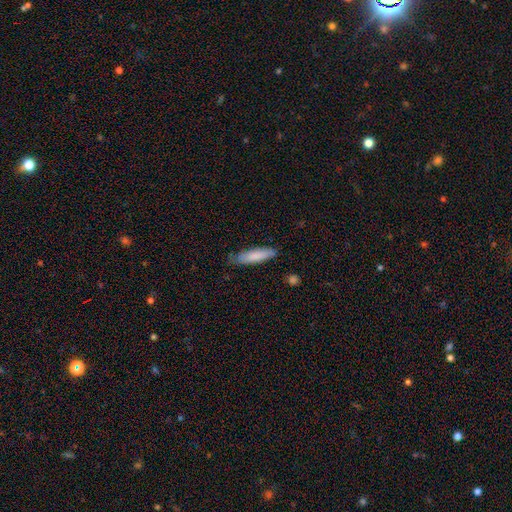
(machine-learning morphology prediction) A smooth galaxy with no disk features (82%) that is cigar-shaped (74%).

Vote fractions:
- Smooth or featured? smooth: 82% / featured or disk: 12% / star or artifact: 6%
- How rounded? cigar-shaped: 74% / in between: 25% / round: 1%
- Merging? none: 76% / minor disturbance: 20% / major disturbance: 3% / merger: 2%